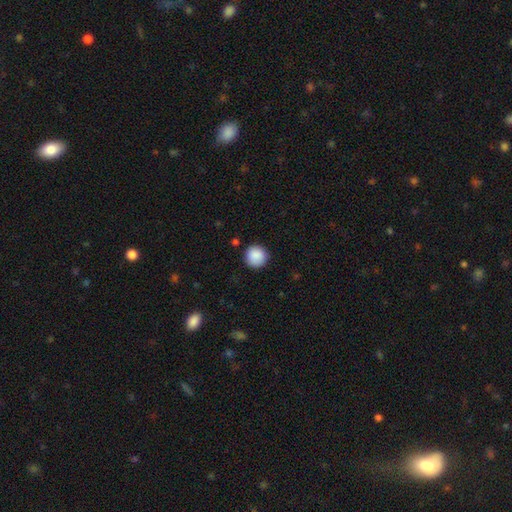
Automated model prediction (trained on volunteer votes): smooth 89%, star or artifact 8%, featured or disk 3%. Down the decision tree: how rounded — round (95%); merging — none (89%).